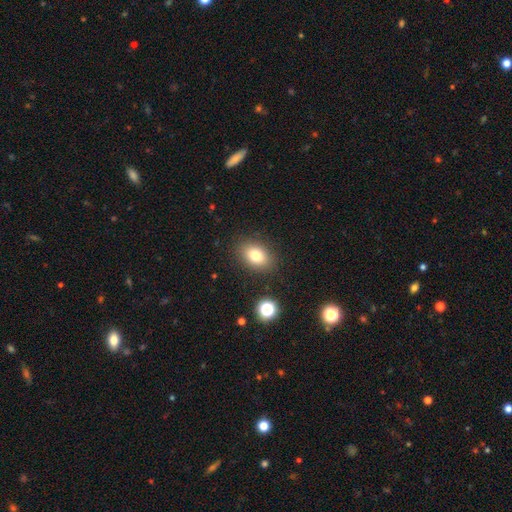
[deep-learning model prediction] Smooth or featured: smooth — 78% (star or artifact — 11%)
How rounded: in between — 74% (round — 25%)
Merging: none — 86% (minor disturbance — 9%)